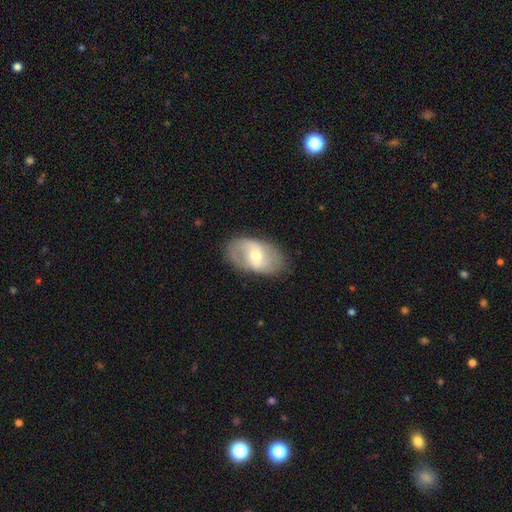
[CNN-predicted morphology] A featured or disk galaxy (59%) with a weak bar (48%), spiral arms (69%) and a moderate central bulge (60%).

Vote fractions:
- Smooth or featured? featured or disk: 59% / smooth: 34% / star or artifact: 7%
- Edge-on disk? no: 93% / yes: 7%
- Bar? weak: 48% / no: 34% / strong: 19%
- Spiral arms? yes: 69% / no: 31%
- Bulge size? moderate: 60% / small: 32% / large: 5% / none: 1% / dominant: 1%
- Merging? none: 77% / minor disturbance: 16% / major disturbance: 6% / merger: 1%